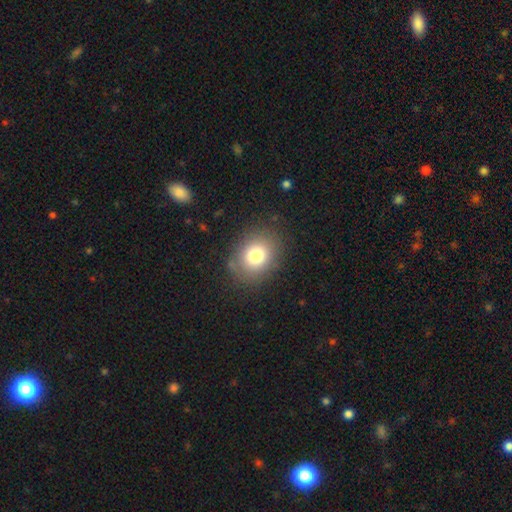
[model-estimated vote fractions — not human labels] smooth-or-featured: smooth: 77% | star or artifact: 12% | featured or disk: 11%
  how-rounded: round: 56% | in between: 43% | cigar-shaped: 1%
  merging: none: 83% | minor disturbance: 11% | major disturbance: 5% | merger: 2%